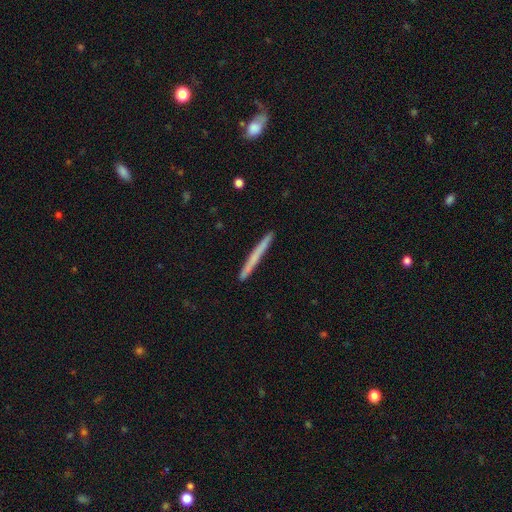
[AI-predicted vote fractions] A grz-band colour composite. It shows a smooth galaxy with no disk features (59%) that is cigar-shaped (97%). Merging: none (92%).